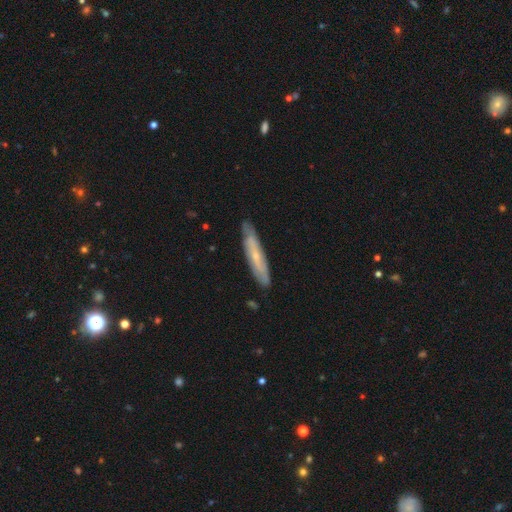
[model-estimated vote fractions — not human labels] The model was most divided on "edge-on disk": yes: 55%, no: 45%. More confident: merging — none (80%); smooth or featured — featured or disk (54%).